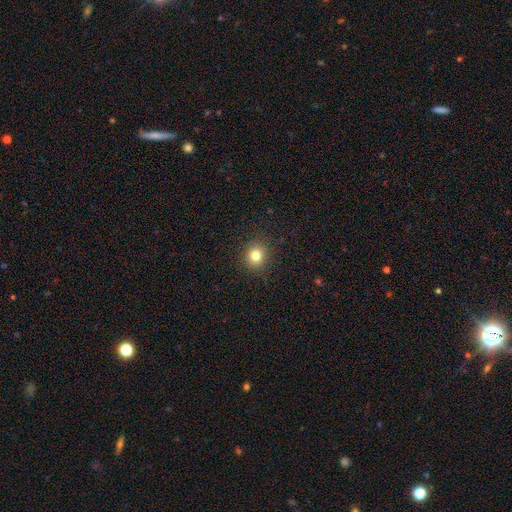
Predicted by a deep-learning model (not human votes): smooth-or-featured: smooth: 80% | star or artifact: 13% | featured or disk: 7%
  how-rounded: round: 87% | in between: 12% | cigar-shaped: 1%
  merging: none: 90% | minor disturbance: 7% | major disturbance: 2% | merger: 1%